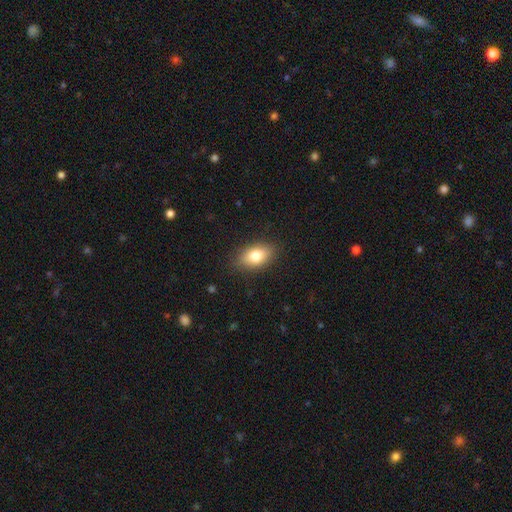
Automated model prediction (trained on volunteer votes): This is likely a smooth galaxy (78%). How rounded: clearly in between (86%). Merging: clearly none (86%).